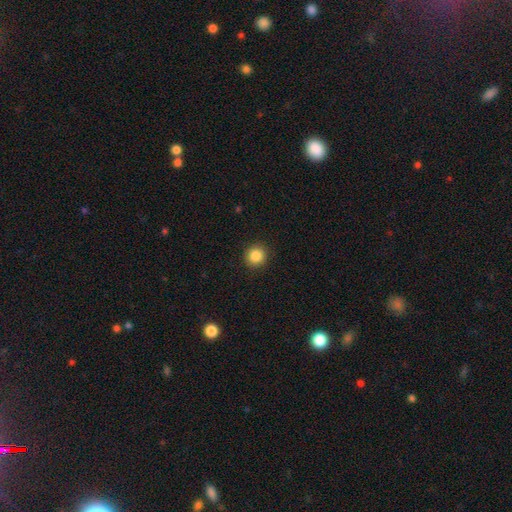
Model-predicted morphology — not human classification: A smooth galaxy with no disk features (87%) that is round (93%).

Vote fractions:
- Smooth or featured? smooth: 87% / star or artifact: 10% / featured or disk: 4%
- How rounded? round: 93% / in between: 7% / cigar-shaped: 1%
- Merging? none: 92% / minor disturbance: 5% / major disturbance: 2% / merger: 1%